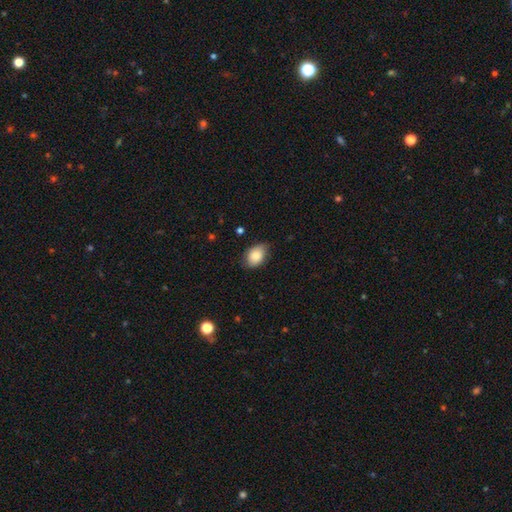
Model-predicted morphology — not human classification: Overall: smooth (85%). How rounded: in between (84%). Merging: none (74%).